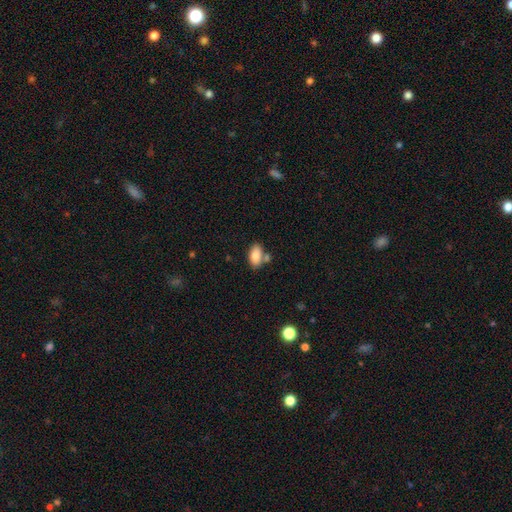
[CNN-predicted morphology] Smooth or featured? smooth (85%)
How rounded? in between (92%)
Merging? none (61%)